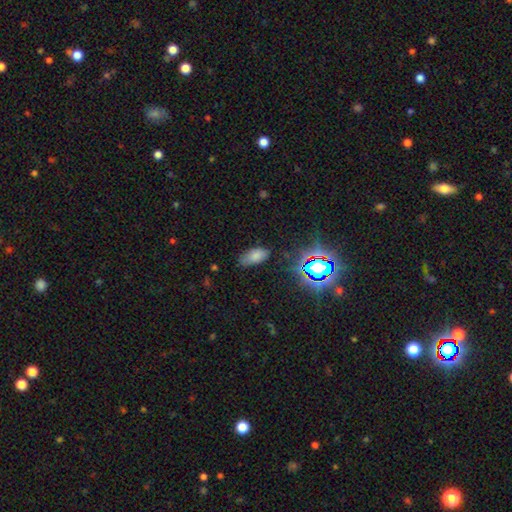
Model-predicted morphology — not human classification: This appears to be a smooth galaxy with no disk features (73%) that is in between round and cigar-shaped (91%). Merging: none (72%).